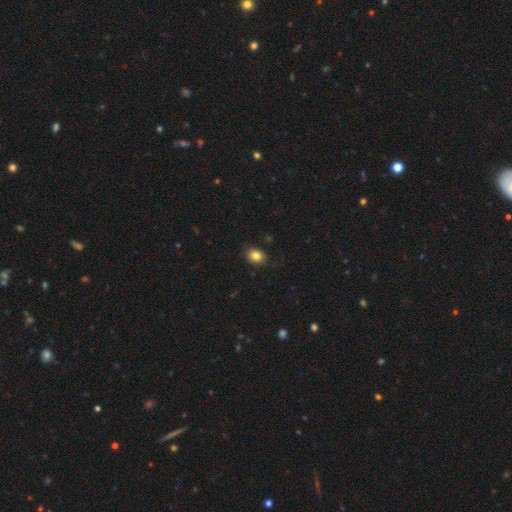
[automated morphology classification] Smooth or featured? smooth (83%)
How rounded? in between (52%)
Merging? none (83%)